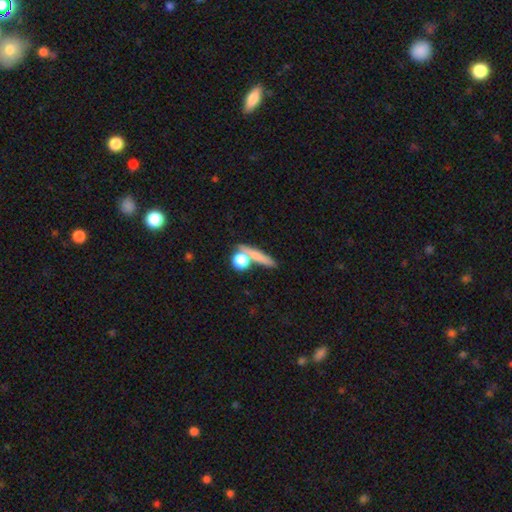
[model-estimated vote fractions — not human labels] smooth_or_featured: smooth (p=0.68) [alt: featured or disk p=0.21]
how_rounded: cigar-shaped (p=0.47) [alt: round p=0.36]
merging: none (p=0.60) [alt: merger p=0.22]